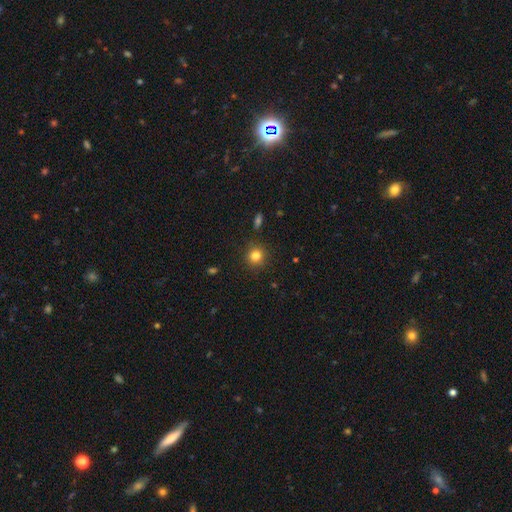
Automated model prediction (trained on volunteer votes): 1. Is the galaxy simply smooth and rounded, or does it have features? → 81% smooth, 13% star or artifact, 6% featured or disk.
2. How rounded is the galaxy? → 89% round, 10% in between, 1% cigar-shaped.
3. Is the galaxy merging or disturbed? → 89% none, 7% minor disturbance, 2% major disturbance, 1% merger.